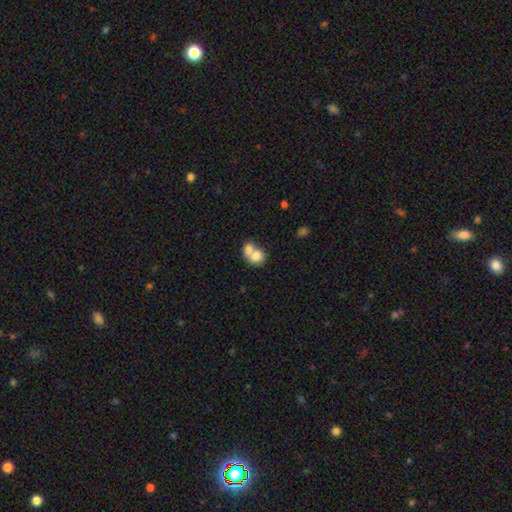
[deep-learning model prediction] smooth_or_featured: smooth (p=0.72) [alt: featured or disk p=0.20]
how_rounded: round (p=0.57) [alt: in between p=0.42]
merging: merger (p=0.72) [alt: none p=0.19]